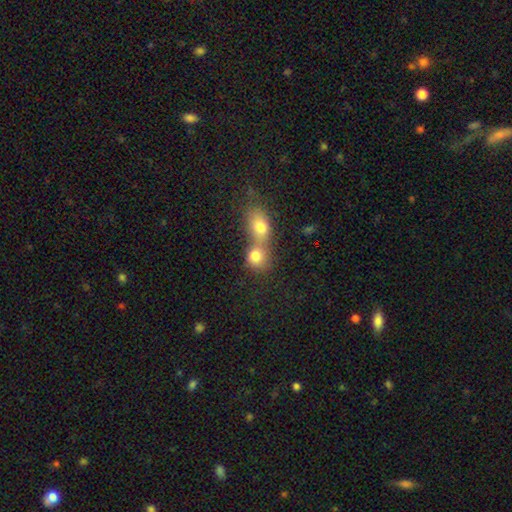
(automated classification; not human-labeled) This is likely a smooth galaxy (78%). How rounded: likely round (70%). Merging: likely merger (68%).